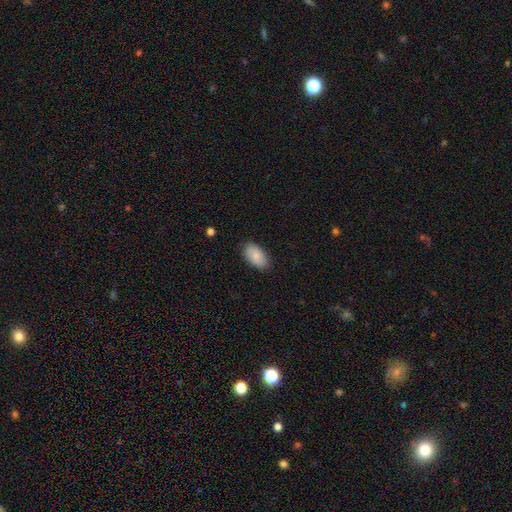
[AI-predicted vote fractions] This is clearly a smooth galaxy (88%). How rounded: clearly in between (95%). Merging: clearly none (85%).